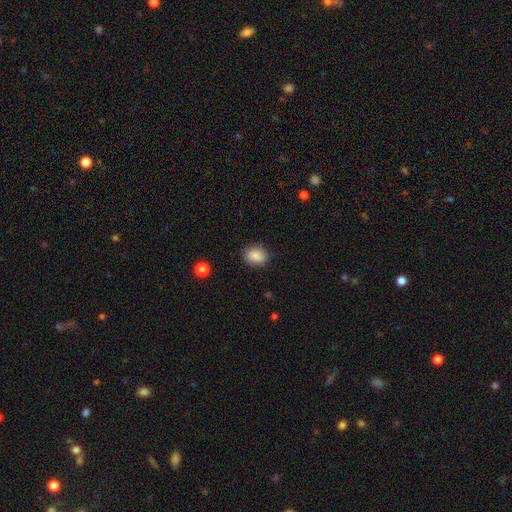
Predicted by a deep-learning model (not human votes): This is clearly a smooth galaxy (85%). How rounded: possibly round (51%). Merging: clearly none (83%).